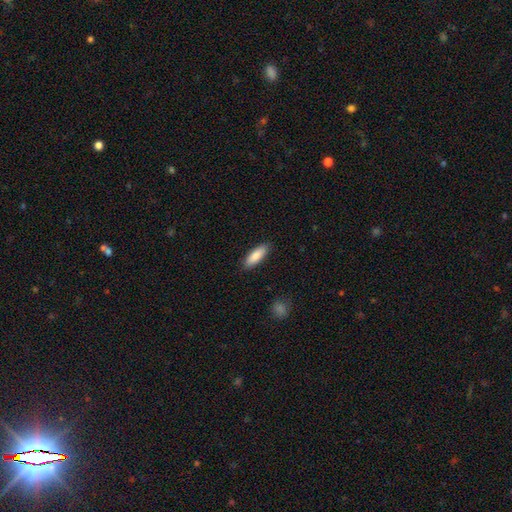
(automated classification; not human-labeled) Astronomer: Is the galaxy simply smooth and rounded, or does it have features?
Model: smooth — 85%.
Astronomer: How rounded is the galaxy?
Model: in between — 56% (runner-up: cigar-shaped, 42%).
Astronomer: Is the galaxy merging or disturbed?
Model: none — 88%.